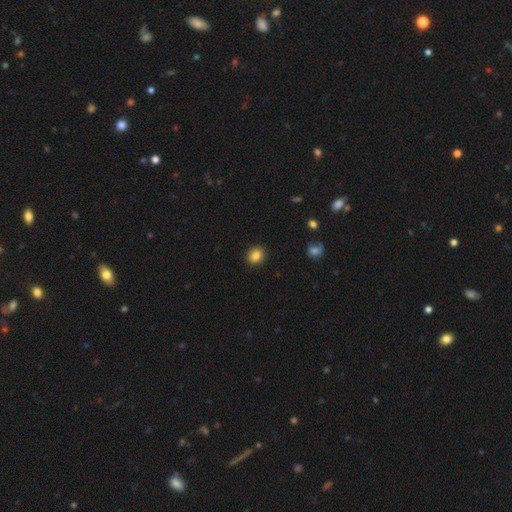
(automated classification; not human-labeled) Q: Smooth or featured?
A: smooth (85%); runner-up: star or artifact (10%)
Q: How rounded?
A: round (69%); runner-up: in between (30%)
Q: Merging?
A: none (91%); runner-up: minor disturbance (6%)